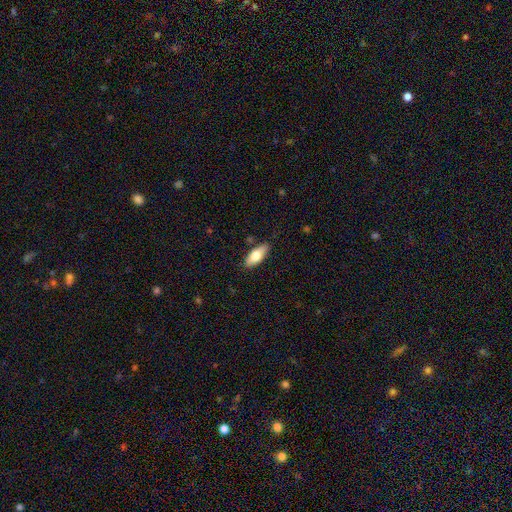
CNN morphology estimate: smooth_or_featured: smooth (p=0.68) [alt: featured or disk p=0.26]
how_rounded: in between (p=0.77) [alt: cigar-shaped p=0.20]
merging: none (p=0.84) [alt: minor disturbance p=0.12]